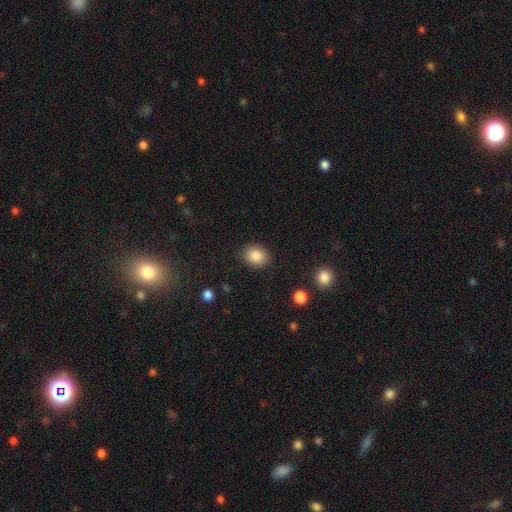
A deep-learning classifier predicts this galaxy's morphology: Smooth or featured? Predicted: smooth (p=0.86). How rounded? Predicted: in between (p=0.52). Merging? Predicted: none (p=0.87).